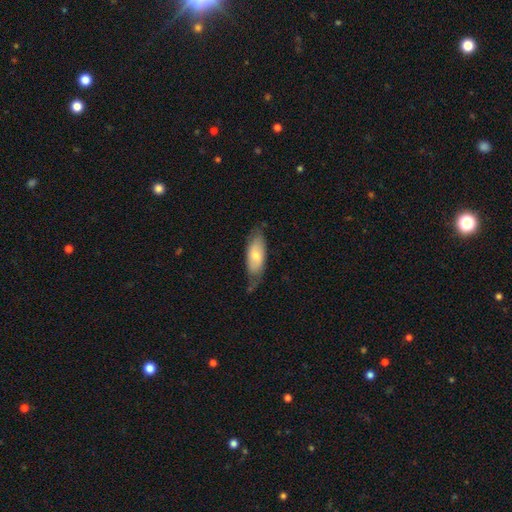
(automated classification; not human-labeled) Smooth or featured? smooth (66%)
How rounded? in between (79%)
Merging? none (57%)